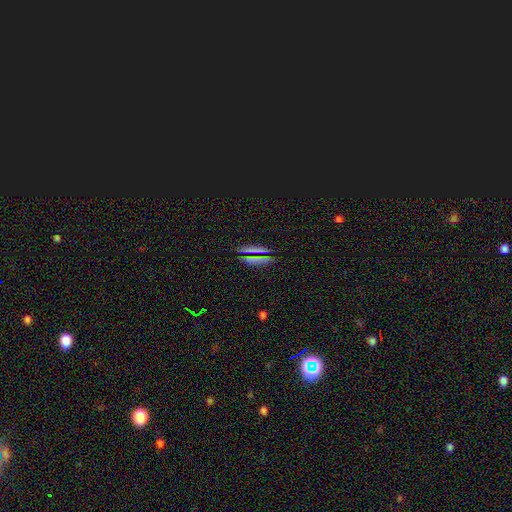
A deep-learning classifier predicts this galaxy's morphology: Overall: smooth (63%; star or artifact 26%). How rounded: cigar-shaped (49%; in between 42%). Merging: none (84%).